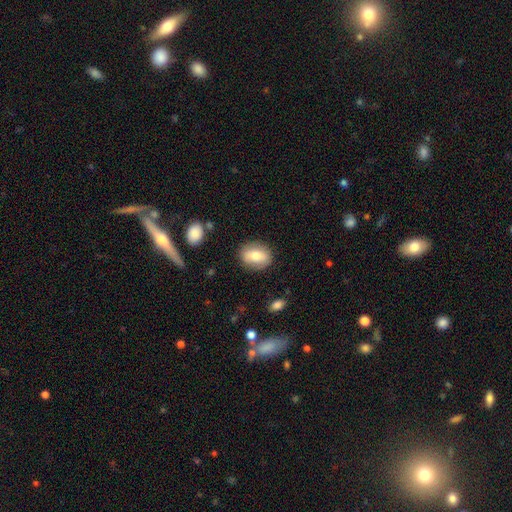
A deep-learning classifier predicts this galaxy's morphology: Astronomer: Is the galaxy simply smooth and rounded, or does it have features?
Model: smooth — 69%.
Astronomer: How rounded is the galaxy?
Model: in between — 65%.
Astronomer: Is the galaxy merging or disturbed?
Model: none — 84%.